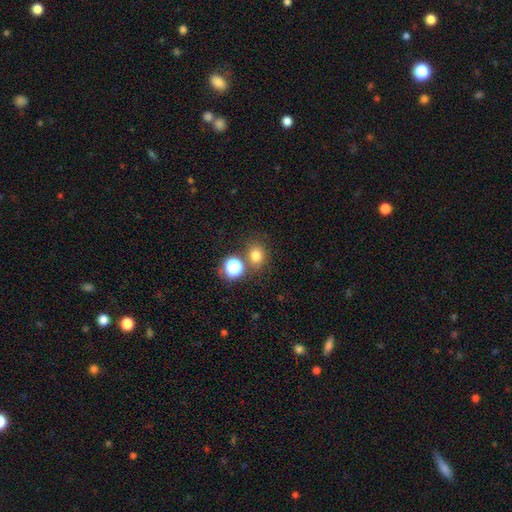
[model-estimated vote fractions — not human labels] A smooth galaxy with no disk features (75%) that is round (71%). Merging: none (73%).